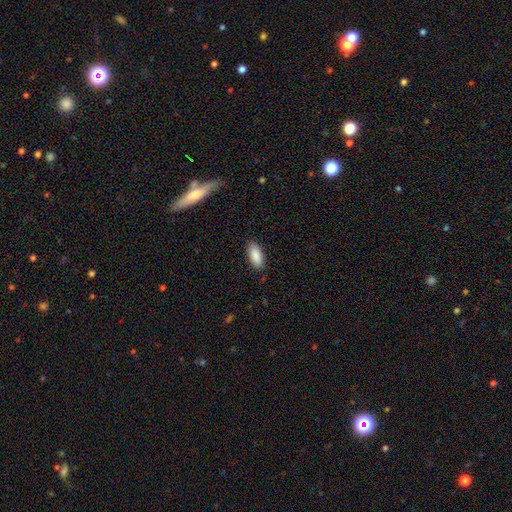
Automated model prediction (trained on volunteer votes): A smooth galaxy with no disk features (89%) that is in between round and cigar-shaped (85%).

Vote fractions:
- Smooth or featured? smooth: 89% / star or artifact: 6% / featured or disk: 5%
- How rounded? in between: 85% / cigar-shaped: 13% / round: 2%
- Merging? none: 87% / minor disturbance: 10% / major disturbance: 2% / merger: 1%